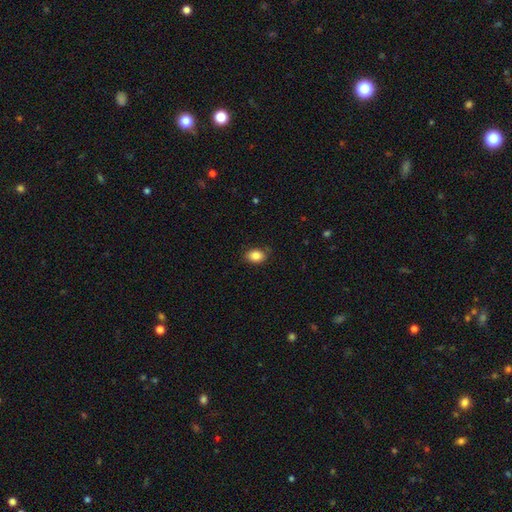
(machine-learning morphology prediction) smooth_or_featured: smooth (p=0.86) [alt: star or artifact p=0.09]
how_rounded: in between (p=0.74) [alt: round p=0.24]
merging: none (p=0.82) [alt: minor disturbance p=0.14]